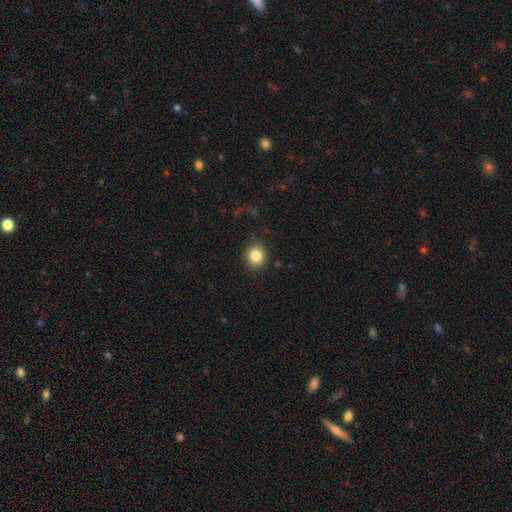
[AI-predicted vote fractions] smooth 85%, star or artifact 10%, featured or disk 5%. Down the decision tree: how rounded — round (83%); merging — none (85%).